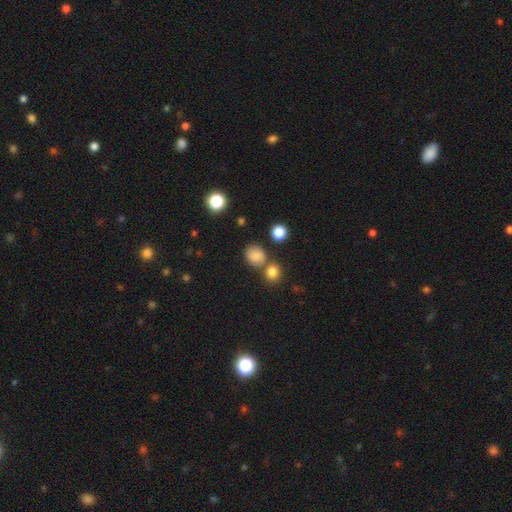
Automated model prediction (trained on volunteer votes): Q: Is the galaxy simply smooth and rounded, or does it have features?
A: smooth — 80%.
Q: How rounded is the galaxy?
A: round — 69%.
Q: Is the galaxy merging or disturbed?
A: none — 66%.